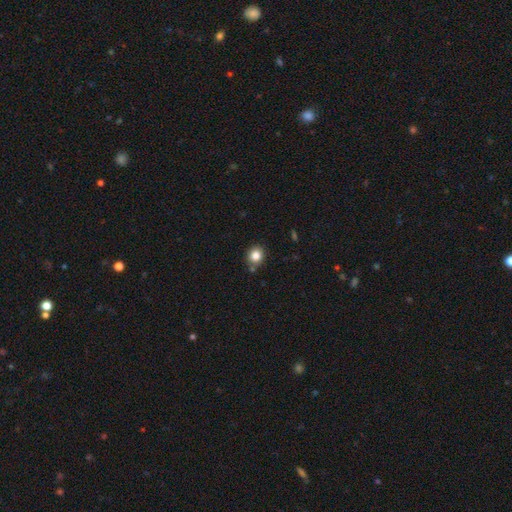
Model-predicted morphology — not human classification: smooth 83%, star or artifact 11%, featured or disk 6%. Down the decision tree: how rounded — round (81%); merging — none (81%).